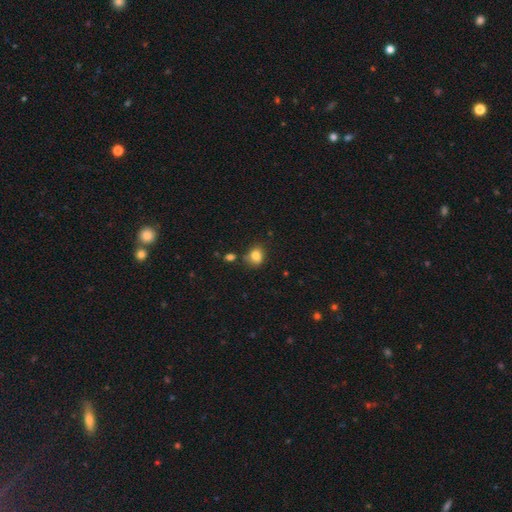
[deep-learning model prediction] smooth 82%, star or artifact 10%, featured or disk 7%. Down the decision tree: how rounded — round (60%); merging — none (69%).